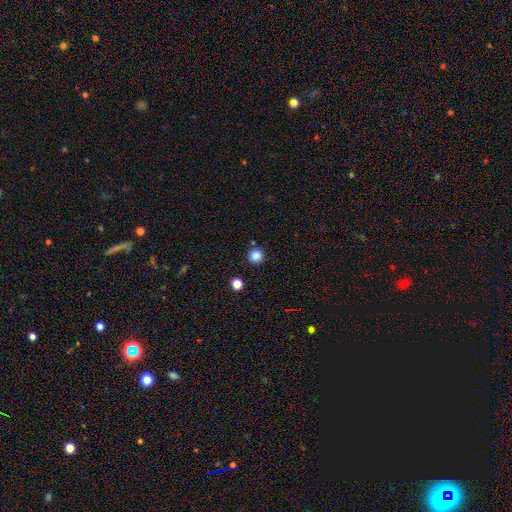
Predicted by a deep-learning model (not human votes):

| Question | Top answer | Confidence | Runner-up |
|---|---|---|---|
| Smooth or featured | smooth | 85% | star or artifact (12%) |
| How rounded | round | 95% | in between (4%) |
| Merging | none | 89% | minor disturbance (6%) |